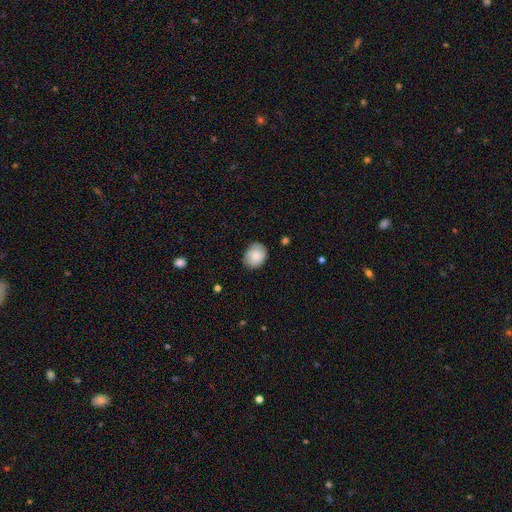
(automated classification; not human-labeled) A smooth galaxy with no disk features (77%) that is round (54%).

Vote fractions:
- Smooth or featured? smooth: 77% / featured or disk: 16% / star or artifact: 7%
- How rounded? round: 54% / in between: 45% / cigar-shaped: 1%
- Merging? none: 76% / minor disturbance: 20% / major disturbance: 3% / merger: 1%